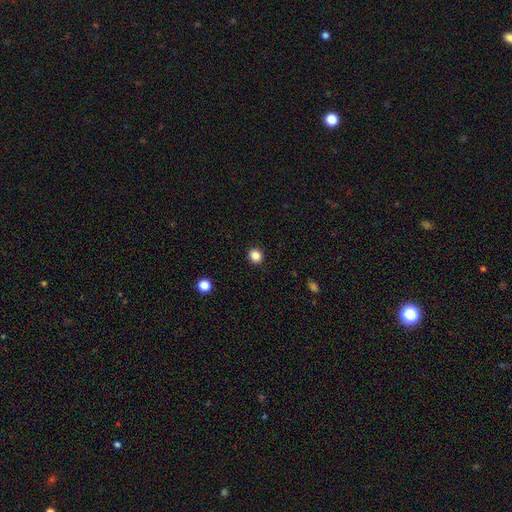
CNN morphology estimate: Smooth or featured: smooth — 85% (star or artifact — 12%)
How rounded: round — 90% (in between — 9%)
Merging: none — 93% (minor disturbance — 5%)